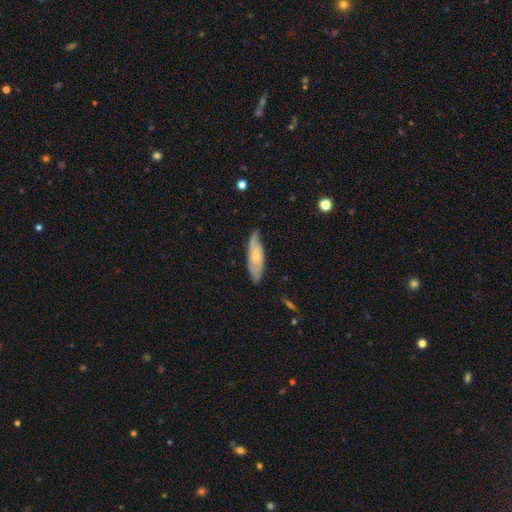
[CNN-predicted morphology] A featured or disk galaxy (63%). Merging: none (72%).